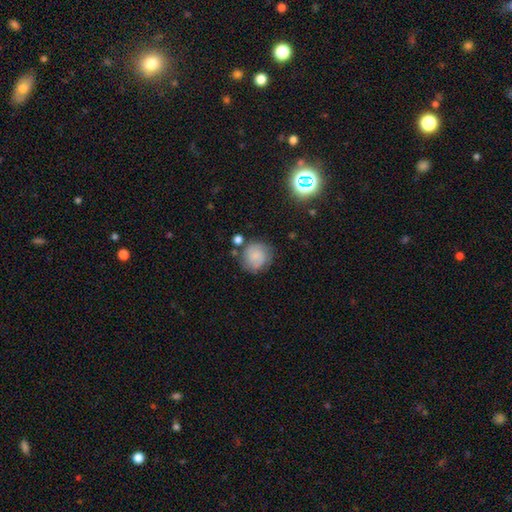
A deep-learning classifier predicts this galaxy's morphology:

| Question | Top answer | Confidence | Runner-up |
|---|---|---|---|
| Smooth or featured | smooth | 57% | featured or disk (32%) |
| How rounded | round | 86% | in between (13%) |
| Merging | none | 68% | minor disturbance (18%) |